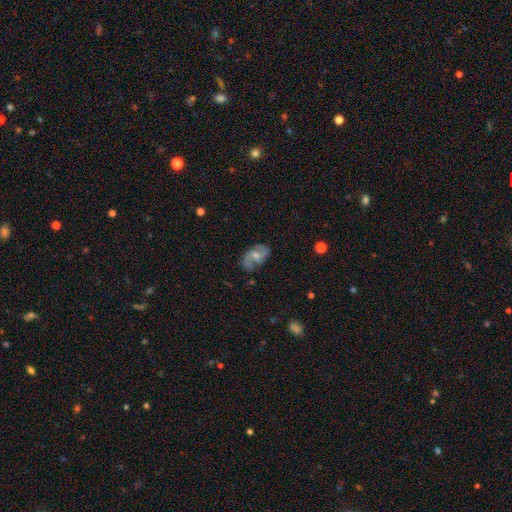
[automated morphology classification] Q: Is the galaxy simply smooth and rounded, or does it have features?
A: featured or disk — 63%.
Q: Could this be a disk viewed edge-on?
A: no — 96%.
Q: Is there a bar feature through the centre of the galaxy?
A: no — 48%.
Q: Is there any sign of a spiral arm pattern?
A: yes — 86%.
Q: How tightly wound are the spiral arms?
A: medium — 43%.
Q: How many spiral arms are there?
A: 2 — 81%.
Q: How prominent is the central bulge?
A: moderate — 48%.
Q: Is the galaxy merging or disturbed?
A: none — 67%.